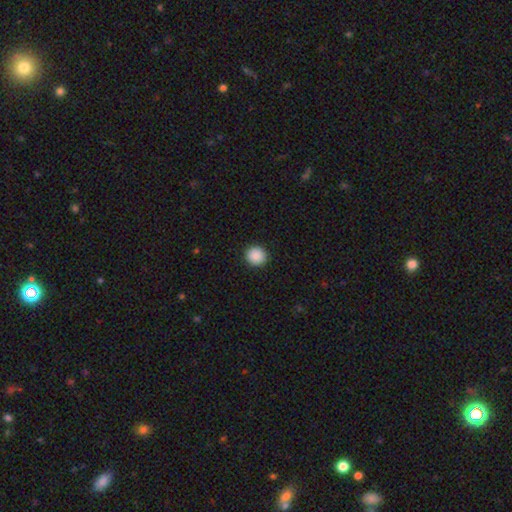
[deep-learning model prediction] smooth-or-featured: smooth: 89% | star or artifact: 8% | featured or disk: 2%
  how-rounded: round: 93% | in between: 6% | cigar-shaped: 1%
  merging: none: 93% | minor disturbance: 5% | major disturbance: 2% | merger: 1%